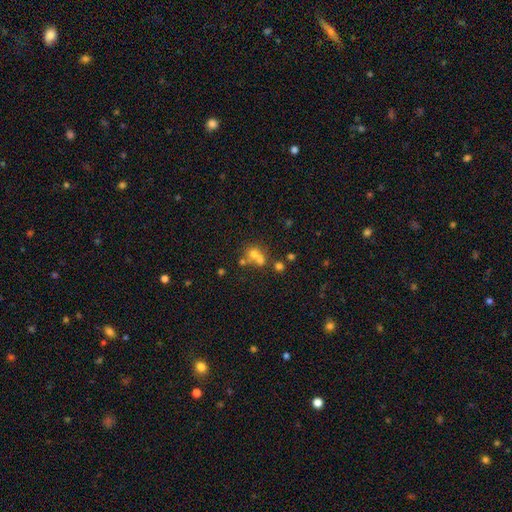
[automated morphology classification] Smooth or featured? smooth (61%)
How rounded? round (79%)
Merging? merger (53%)